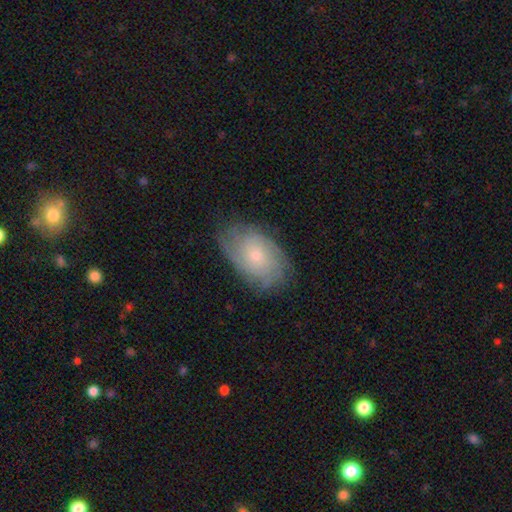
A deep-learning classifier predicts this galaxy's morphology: The model was most divided on "smooth or featured": featured or disk: 58%, smooth: 34%, star or artifact: 7%. More confident: edge-on disk — no (95%); spiral arms — yes (86%); bar — no (80%); merging — none (73%); bulge size — small (61%).